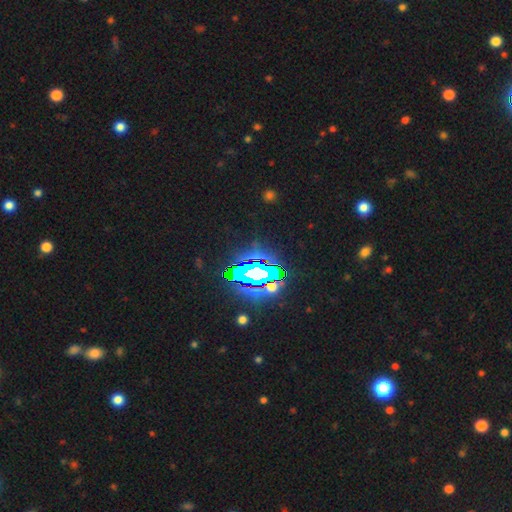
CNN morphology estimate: Smooth or featured? star or artifact (81%)